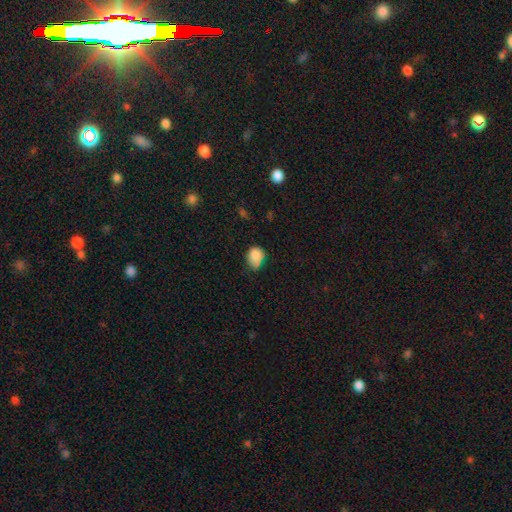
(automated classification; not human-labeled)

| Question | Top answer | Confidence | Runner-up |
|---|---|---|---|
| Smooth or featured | smooth | 83% | star or artifact (10%) |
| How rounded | in between | 56% | round (43%) |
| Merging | minor disturbance | 44% | none (40%) |